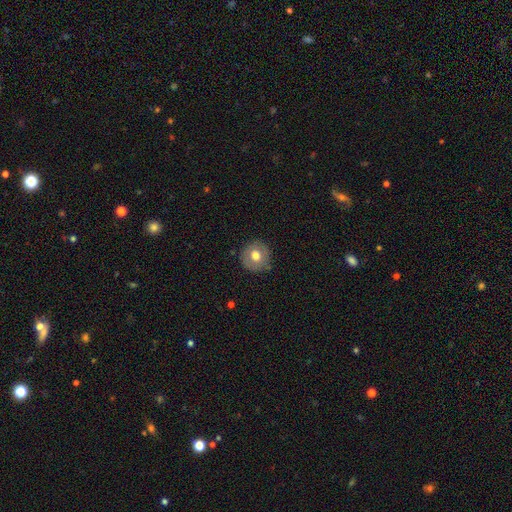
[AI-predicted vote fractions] smooth 70%, featured or disk 21%, star or artifact 9%. Down the decision tree: how rounded — round (92%); merging — none (84%).